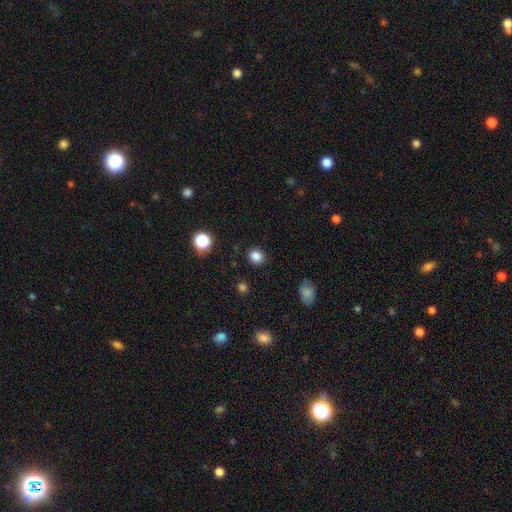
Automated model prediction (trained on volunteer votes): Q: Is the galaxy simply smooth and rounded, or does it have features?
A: smooth — 84%.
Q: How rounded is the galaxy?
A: round — 84%.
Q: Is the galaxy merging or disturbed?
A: none — 89%.